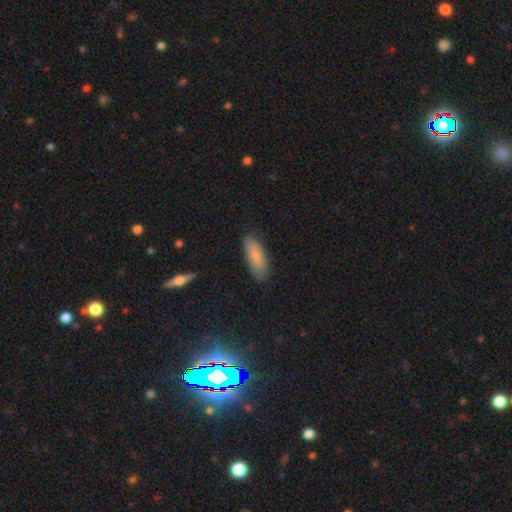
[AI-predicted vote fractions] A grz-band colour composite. It shows a smooth galaxy with no disk features (82%) that is in between round and cigar-shaped (64%). Merging: none (82%).